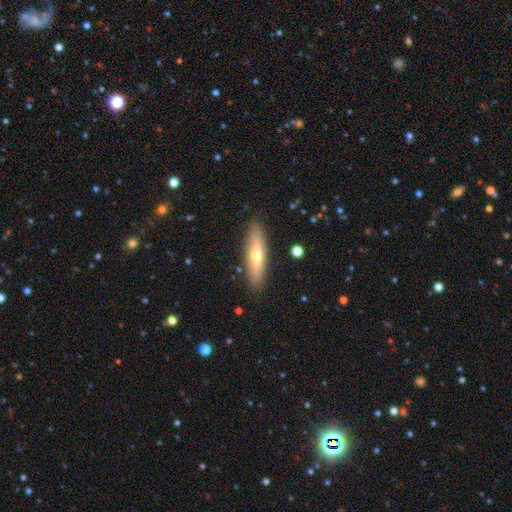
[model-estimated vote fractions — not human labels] smooth-or-featured: smooth: 51% | featured or disk: 42% | star or artifact: 6%
  how-rounded: cigar-shaped: 74% | in between: 24% | round: 2%
  merging: none: 88% | minor disturbance: 9% | major disturbance: 2% | merger: 1%